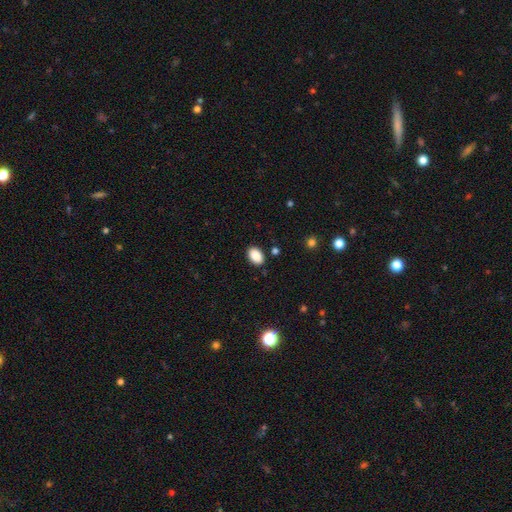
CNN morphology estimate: Smooth or featured? smooth (89%)
How rounded? in between (89%)
Merging? none (88%)